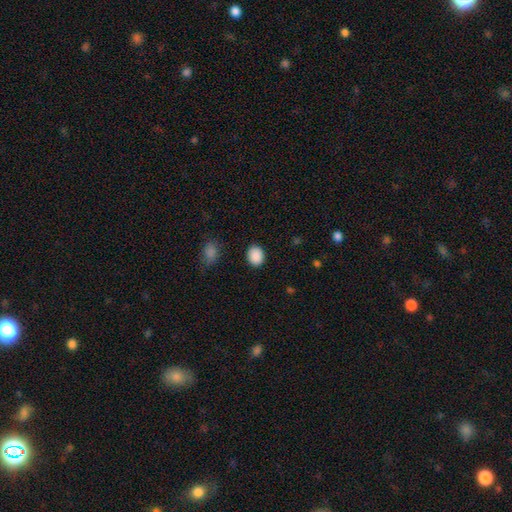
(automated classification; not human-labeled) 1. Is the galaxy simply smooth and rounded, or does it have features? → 89% smooth, 8% star or artifact, 3% featured or disk.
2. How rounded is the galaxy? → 55% in between, 45% round, 1% cigar-shaped.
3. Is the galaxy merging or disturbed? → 87% none, 8% minor disturbance, 3% major disturbance, 1% merger.